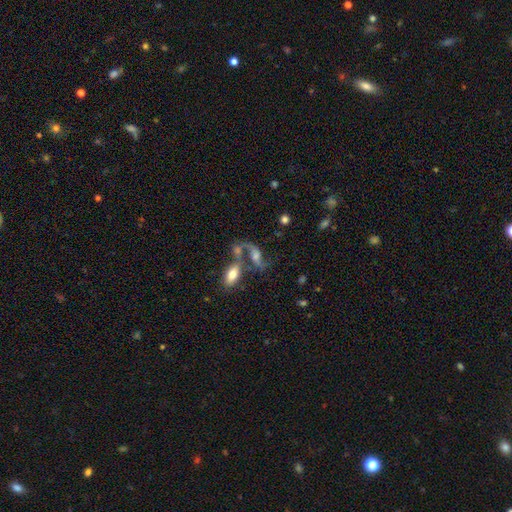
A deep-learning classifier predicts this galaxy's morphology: smooth-or-featured: featured or disk: 70% | smooth: 19% | star or artifact: 11%
  disk-edge-on: no: 87% | yes: 13%
    bar: no: 54% | weak: 34% | strong: 12%
    has-spiral-arms: yes: 88% | no: 12%
      spiral-winding: loose: 73% | medium: 21% | tight: 6%
      spiral-arm-count: 2: 86% | 1: 7% | can't tell: 4% | 3: 1% | 4: 1% | more than 4: 1%
    bulge-size: moderate: 41% | small: 28% | large: 15% | none: 14% | dominant: 3%
  merging: none: 39% | merger: 36% | minor disturbance: 13% | major disturbance: 12%